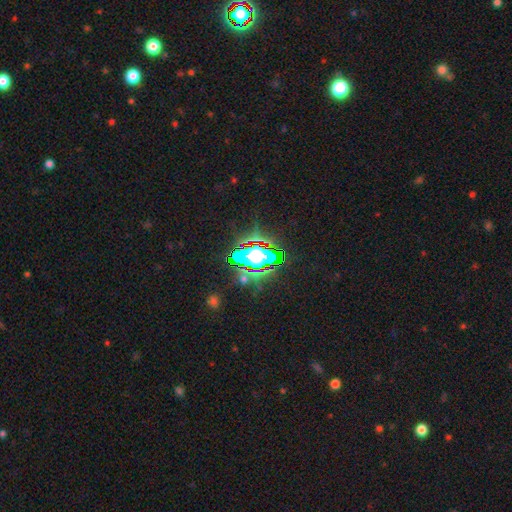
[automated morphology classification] Q: Smooth or featured?
A: star or artifact (59%); runner-up: smooth (25%)